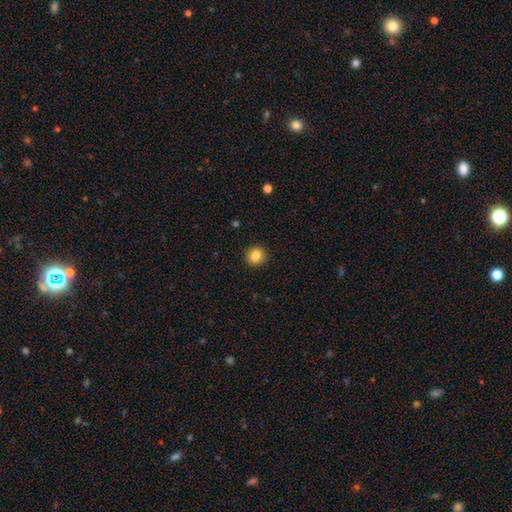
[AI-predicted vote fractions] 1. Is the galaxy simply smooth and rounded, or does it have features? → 84% smooth, 10% star or artifact, 6% featured or disk.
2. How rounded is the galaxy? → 90% round, 9% in between, 1% cigar-shaped.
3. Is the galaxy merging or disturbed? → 93% none, 5% minor disturbance, 2% major disturbance, 1% merger.